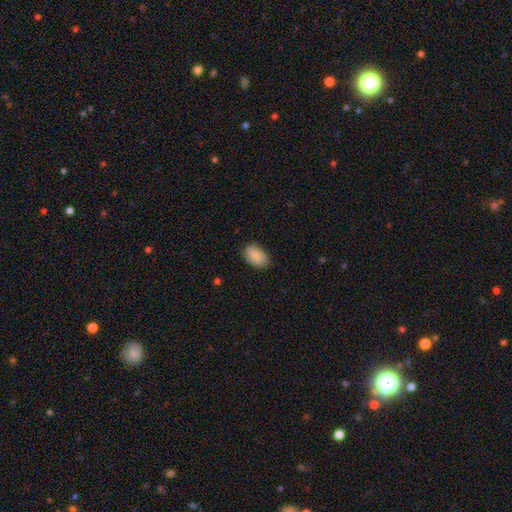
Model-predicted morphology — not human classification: smooth-or-featured: smooth: 85% | featured or disk: 8% | star or artifact: 7%
  how-rounded: in between: 90% | round: 9% | cigar-shaped: 1%
  merging: none: 79% | minor disturbance: 17% | major disturbance: 3% | merger: 1%